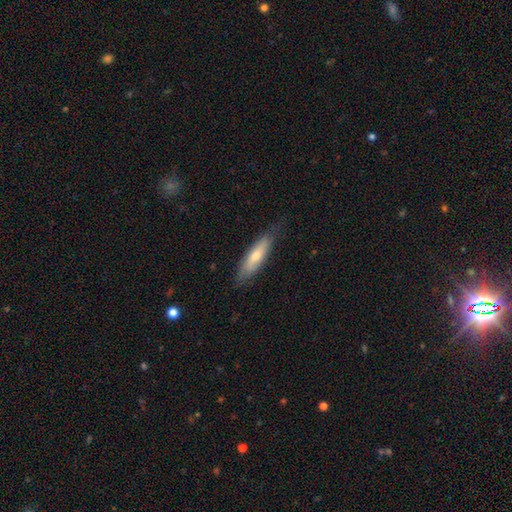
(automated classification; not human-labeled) A smooth galaxy with no disk features (62%) that is cigar-shaped (67%).

Vote fractions:
- Smooth or featured? smooth: 62% / featured or disk: 31% / star or artifact: 6%
- How rounded? cigar-shaped: 67% / in between: 31% / round: 2%
- Merging? none: 77% / minor disturbance: 18% / major disturbance: 4% / merger: 1%